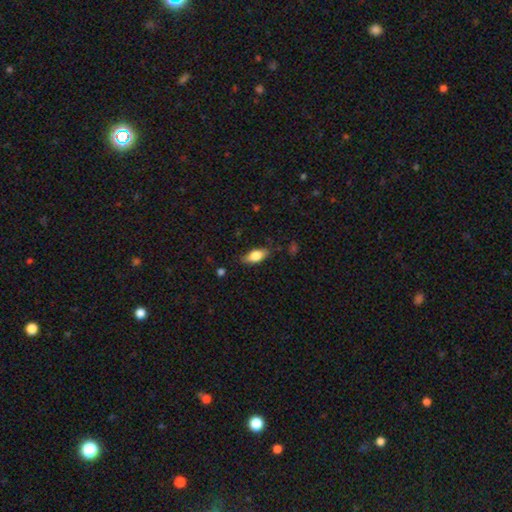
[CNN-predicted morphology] type=smooth (72%); roundness=in between (82%); merging=none (77%).